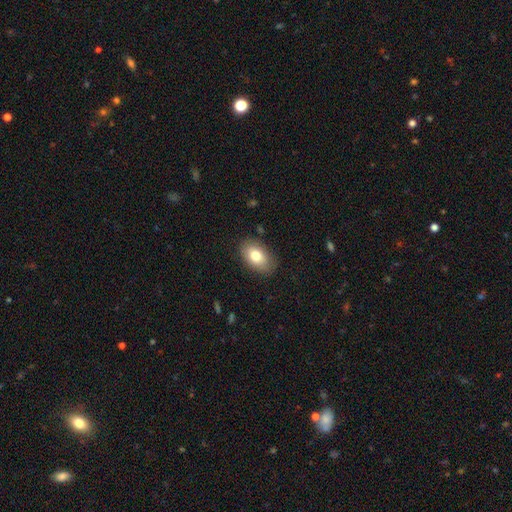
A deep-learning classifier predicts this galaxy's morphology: Smooth or featured? smooth (79%)
How rounded? in between (90%)
Merging? none (83%)